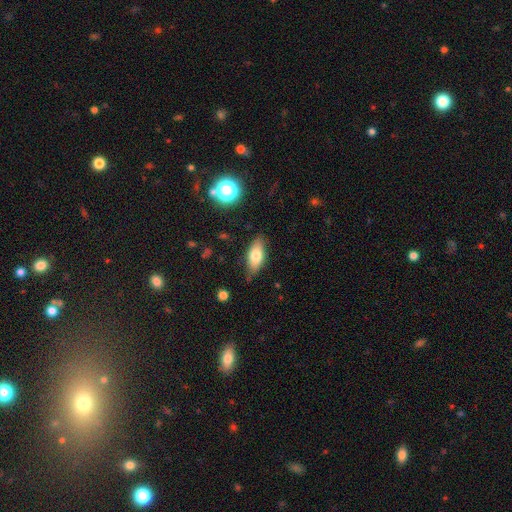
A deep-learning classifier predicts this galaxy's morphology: This appears to be a smooth galaxy with no disk features (72%) that is in between round and cigar-shaped (80%). Merging: none (80%).